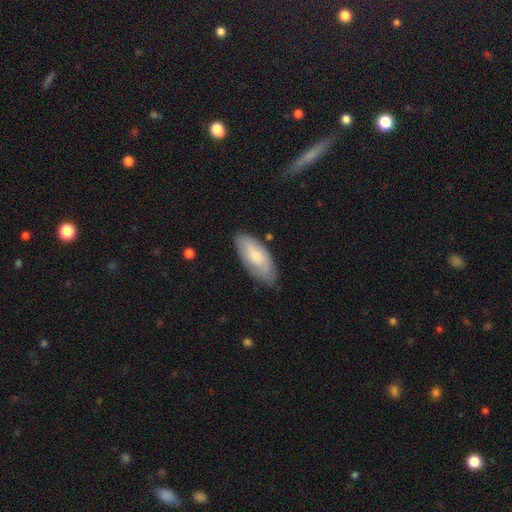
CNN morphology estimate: Smooth or featured: smooth — 67% (featured or disk — 28%)
How rounded: in between — 87% (cigar-shaped — 11%)
Merging: none — 70% (minor disturbance — 24%)